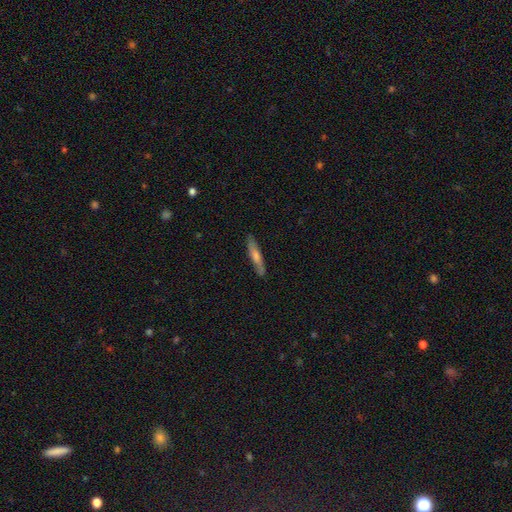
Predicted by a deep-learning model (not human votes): Smooth or featured? smooth (49%)
Merging? none (84%)